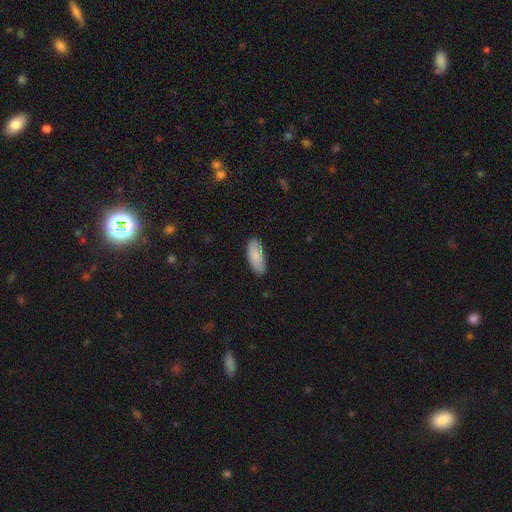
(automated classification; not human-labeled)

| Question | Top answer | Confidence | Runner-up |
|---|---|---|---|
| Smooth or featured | smooth | 88% | featured or disk (6%) |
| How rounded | in between | 77% | cigar-shaped (22%) |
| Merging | none | 84% | minor disturbance (13%) |